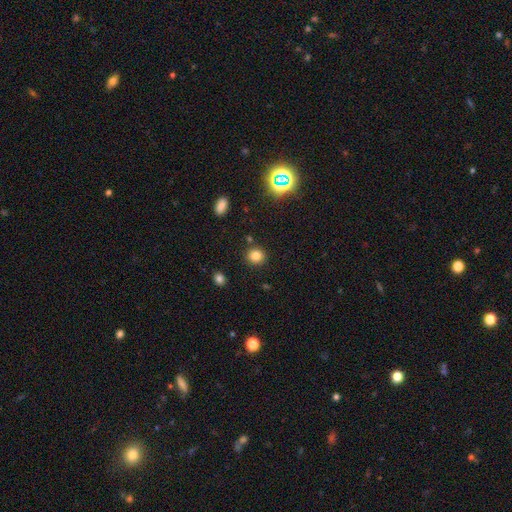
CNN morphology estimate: Overall: smooth (80%). How rounded: round (85%). Merging: none (87%).